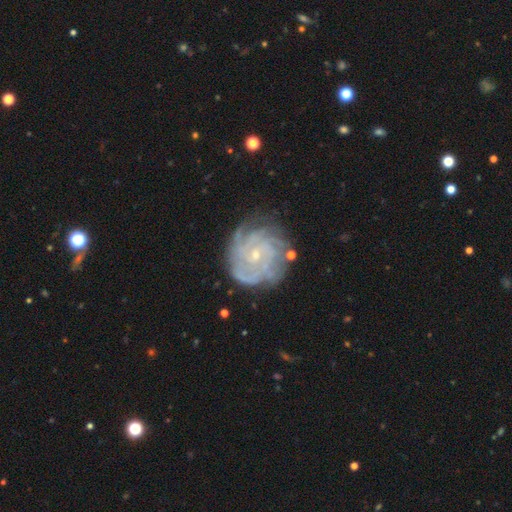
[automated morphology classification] Q: Smooth or featured?
A: featured or disk (83%); runner-up: smooth (9%)
Q: Edge-on disk?
A: no (97%); runner-up: yes (3%)
Q: Bar?
A: no (71%); runner-up: weak (24%)
Q: Spiral arms?
A: yes (95%); runner-up: no (5%)
Q: Spiral winding?
A: tight (73%); runner-up: medium (23%)
Q: Spiral arm count?
A: can't tell (32%); runner-up: 4 (23%)
Q: Bulge size?
A: small (78%); runner-up: moderate (17%)
Q: Merging?
A: none (71%); runner-up: minor disturbance (19%)